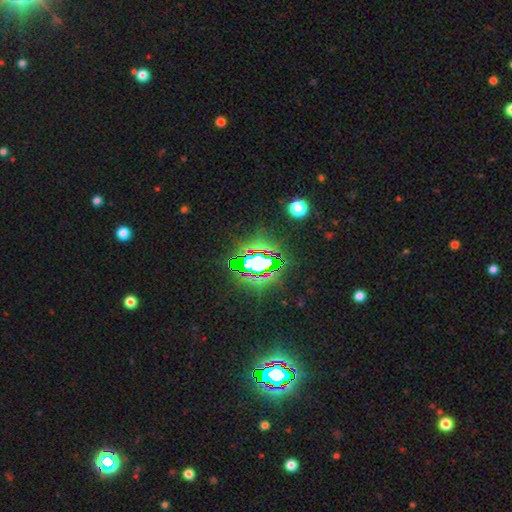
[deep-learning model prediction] This appears to be a star or artifact, not a galaxy (80%).